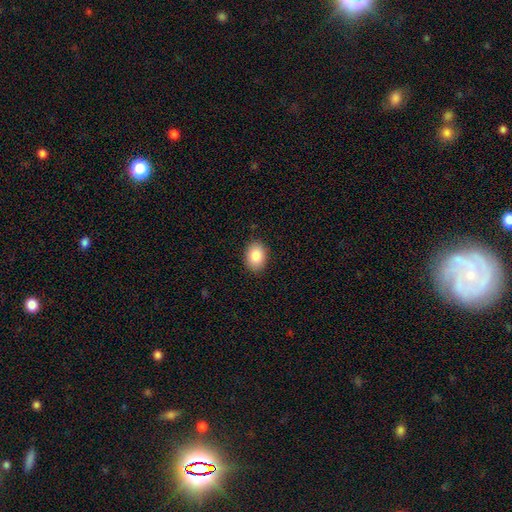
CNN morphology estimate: Overall: smooth (87%). How rounded: in between (75%). Merging: none (88%).